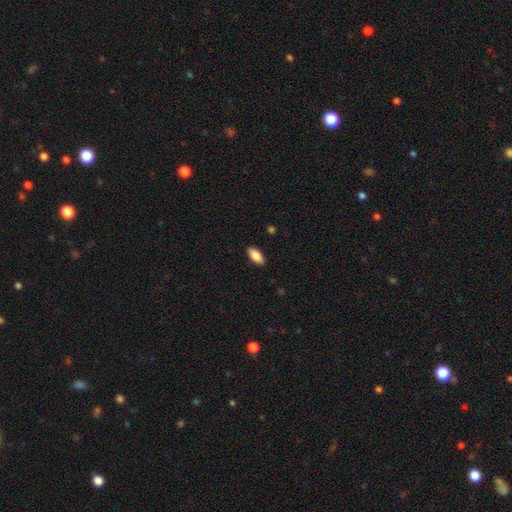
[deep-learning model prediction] The model was most divided on "how rounded": in between: 89%, cigar-shaped: 9%, round: 2%. More confident: merging — none (89%); smooth or featured — smooth (87%).